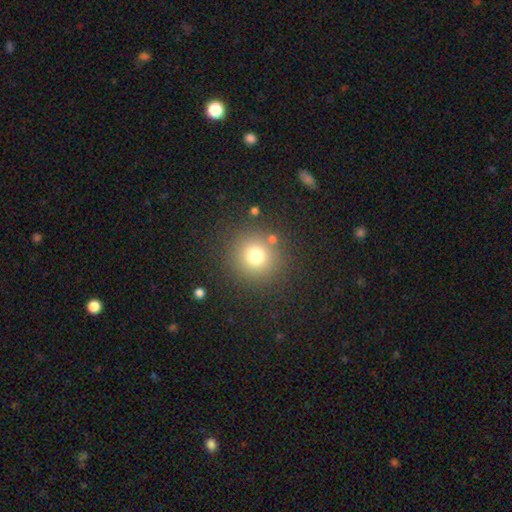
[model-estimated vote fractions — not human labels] Smooth or featured? smooth (74%)
How rounded? round (94%)
Merging? none (86%)